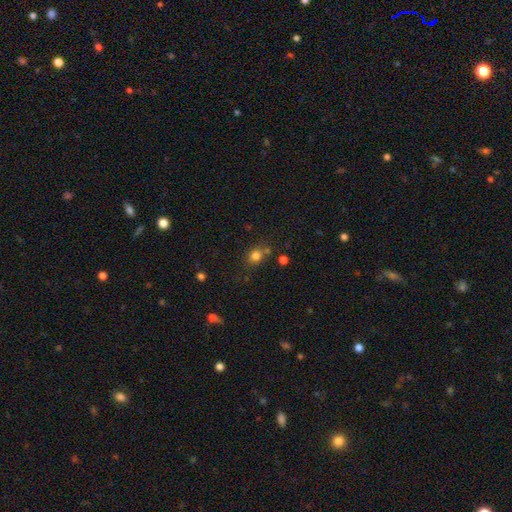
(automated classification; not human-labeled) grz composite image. It shows a smooth galaxy with no disk features (79%) that is round (68%). Merging: none (65%).